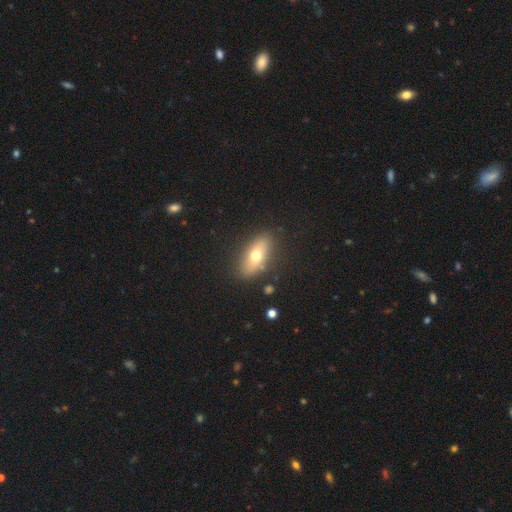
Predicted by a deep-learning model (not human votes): smooth 64%, featured or disk 28%, star or artifact 8%. Down the decision tree: how rounded — in between (80%); merging — none (83%).